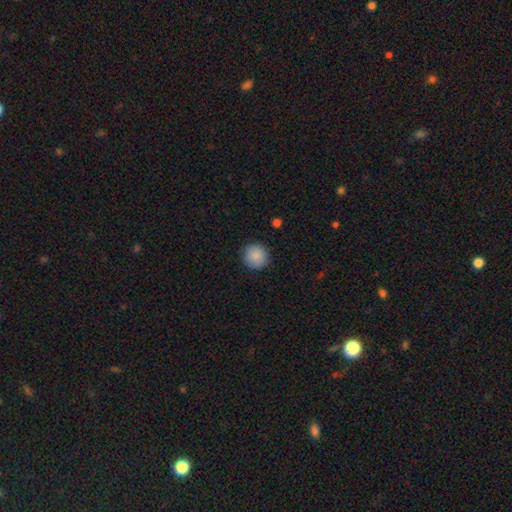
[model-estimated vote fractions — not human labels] A smooth galaxy with no disk features (88%) that is round (95%).

Vote fractions:
- Smooth or featured? smooth: 88% / star or artifact: 8% / featured or disk: 4%
- How rounded? round: 95% / in between: 4% / cigar-shaped: 1%
- Merging? none: 90% / minor disturbance: 7% / major disturbance: 2% / merger: 1%